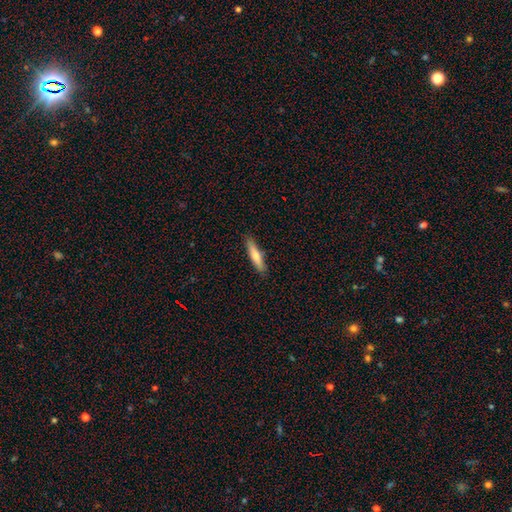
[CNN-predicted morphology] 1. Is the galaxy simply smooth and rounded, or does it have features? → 66% smooth, 28% featured or disk, 6% star or artifact.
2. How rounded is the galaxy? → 85% cigar-shaped, 13% in between, 1% round.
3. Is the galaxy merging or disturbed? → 87% none, 10% minor disturbance, 2% major disturbance, 1% merger.